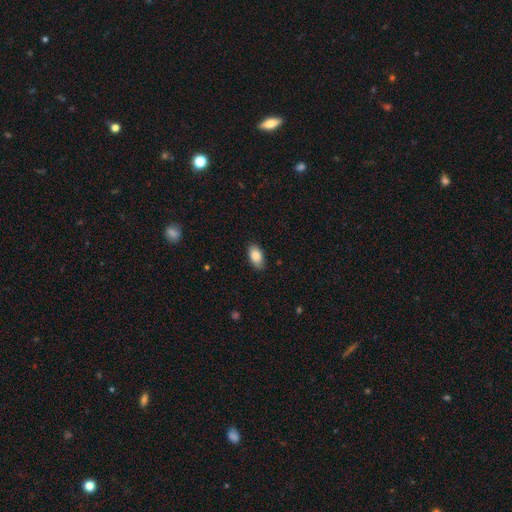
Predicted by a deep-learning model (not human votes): Q: Smooth or featured?
A: smooth (87%); runner-up: star or artifact (7%)
Q: How rounded?
A: in between (93%); runner-up: round (4%)
Q: Merging?
A: none (86%); runner-up: minor disturbance (11%)